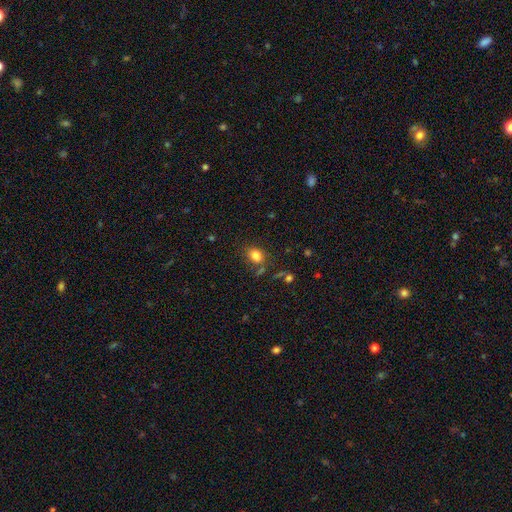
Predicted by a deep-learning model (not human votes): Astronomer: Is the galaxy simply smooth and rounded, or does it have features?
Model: smooth — 81%.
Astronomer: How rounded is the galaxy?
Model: in between — 58% (runner-up: round, 41%).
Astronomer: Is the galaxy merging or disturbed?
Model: none — 70%.